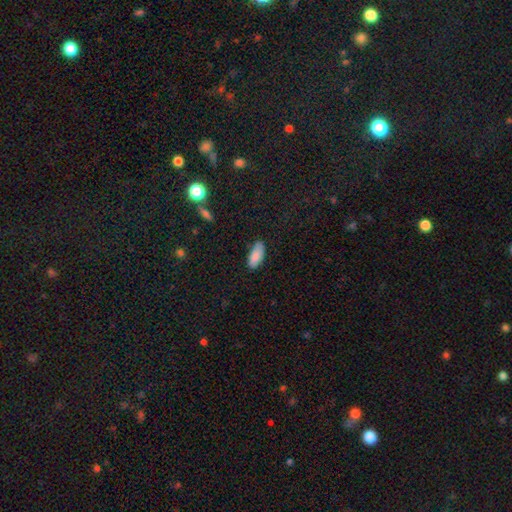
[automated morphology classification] Smooth or featured?
  - smooth: 88% *
  - star or artifact: 7%
  - featured or disk: 5%
How rounded?
  - in between: 84% *
  - cigar-shaped: 15%
  - round: 2%
Merging?
  - none: 74% *
  - minor disturbance: 21%
  - major disturbance: 4%
  - merger: 2%